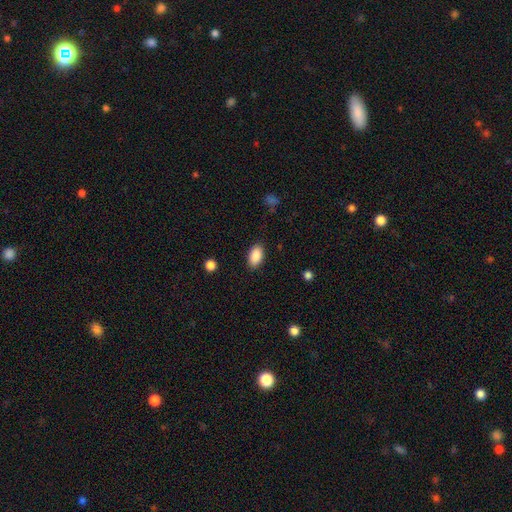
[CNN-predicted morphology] Q: Smooth or featured?
A: smooth (89%); runner-up: star or artifact (7%)
Q: How rounded?
A: in between (94%); runner-up: round (5%)
Q: Merging?
A: none (87%); runner-up: minor disturbance (9%)